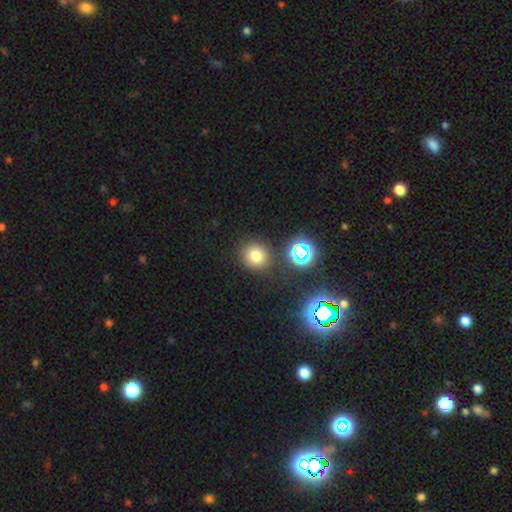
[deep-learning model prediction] Smooth or featured?
  - smooth: 74% *
  - star or artifact: 19%
  - featured or disk: 8%
How rounded?
  - round: 88% *
  - in between: 11%
  - cigar-shaped: 1%
Merging?
  - none: 84% *
  - minor disturbance: 8%
  - merger: 5%
  - major disturbance: 3%